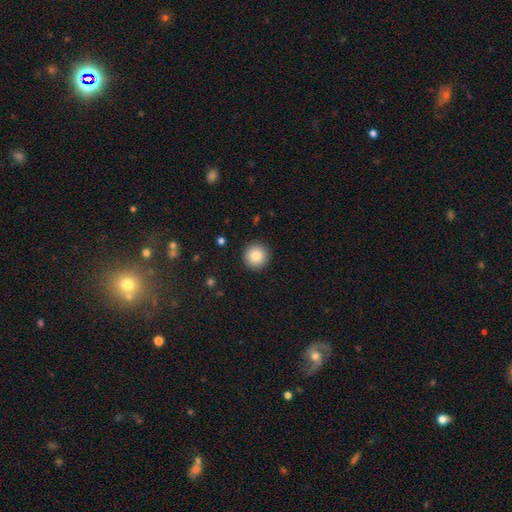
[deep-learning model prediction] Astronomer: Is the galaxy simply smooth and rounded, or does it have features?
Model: smooth — 84%.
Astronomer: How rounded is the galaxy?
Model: round — 96%.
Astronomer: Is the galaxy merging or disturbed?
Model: none — 92%.